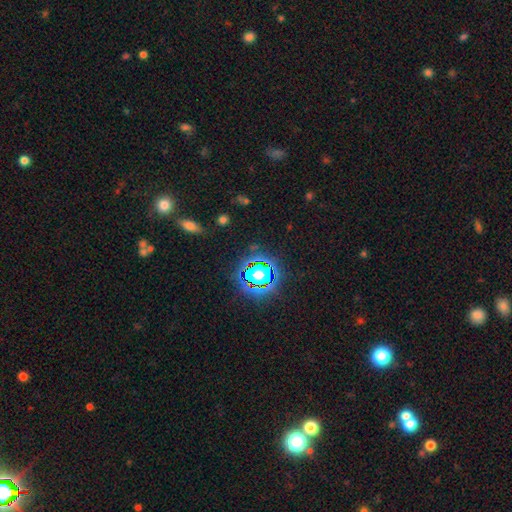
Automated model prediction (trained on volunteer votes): smooth_or_featured: star or artifact (p=0.78) [alt: smooth p=0.14]